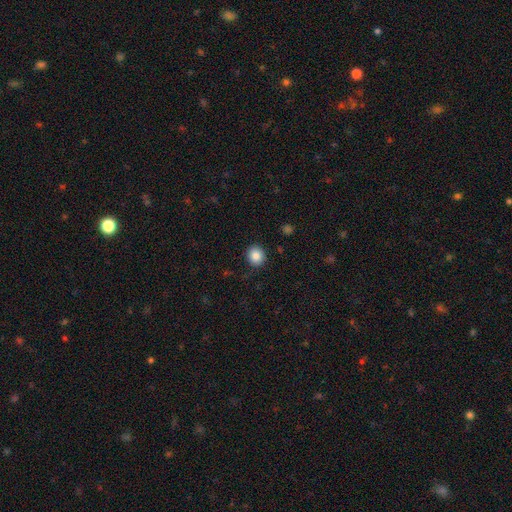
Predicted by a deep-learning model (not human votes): This is clearly a smooth galaxy (86%). How rounded: likely round (80%). Merging: clearly none (90%).